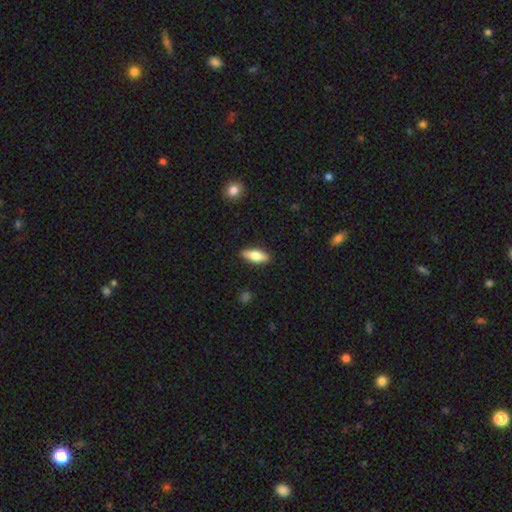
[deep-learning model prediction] A smooth galaxy with no disk features (72%) that is in between round and cigar-shaped (65%). Merging: none (88%).